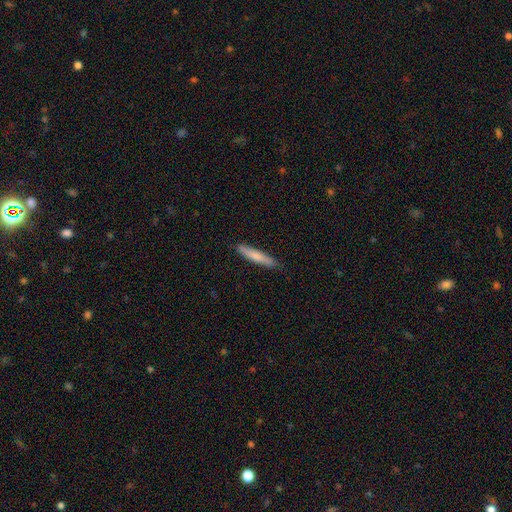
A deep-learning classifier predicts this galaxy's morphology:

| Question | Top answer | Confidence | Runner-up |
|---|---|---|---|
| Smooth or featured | smooth | 75% | featured or disk (19%) |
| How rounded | cigar-shaped | 92% | in between (7%) |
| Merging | none | 86% | minor disturbance (11%) |